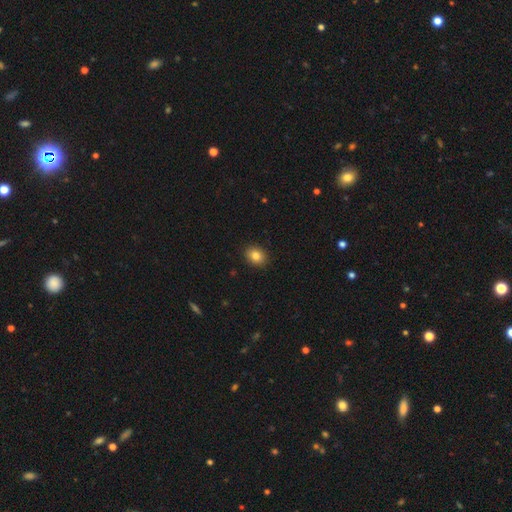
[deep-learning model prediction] The model was most divided on "how rounded": round: 50%, in between: 49%, cigar-shaped: 1%. More confident: merging — none (91%); smooth or featured — smooth (82%).